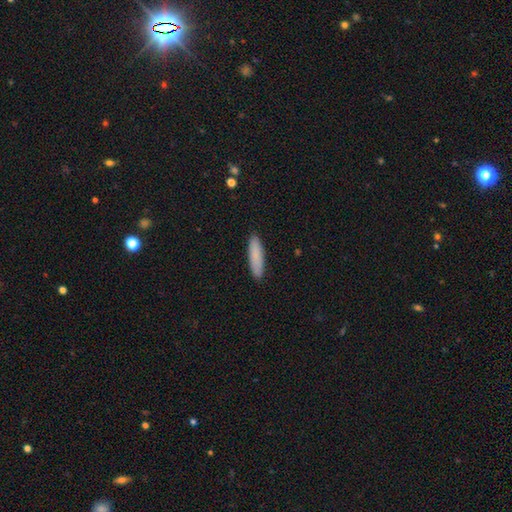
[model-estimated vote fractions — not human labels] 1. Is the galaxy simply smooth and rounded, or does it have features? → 85% smooth, 9% featured or disk, 6% star or artifact.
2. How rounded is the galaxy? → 71% cigar-shaped, 27% in between, 1% round.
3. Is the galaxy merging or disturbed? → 89% none, 9% minor disturbance, 2% major disturbance, 1% merger.